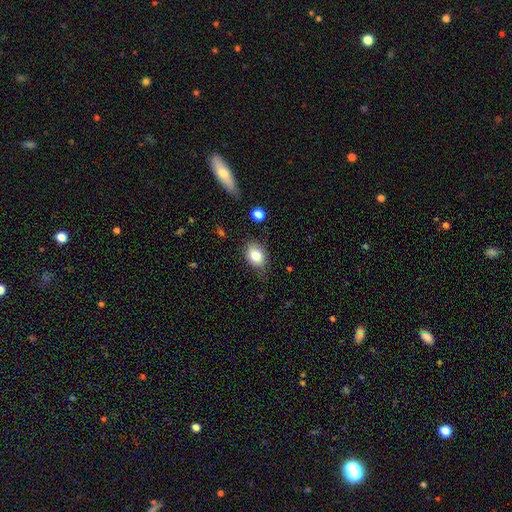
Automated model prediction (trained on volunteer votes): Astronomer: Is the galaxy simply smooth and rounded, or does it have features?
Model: smooth — 81%.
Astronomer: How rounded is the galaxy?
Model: in between — 71%.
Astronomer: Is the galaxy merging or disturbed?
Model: none — 73%.